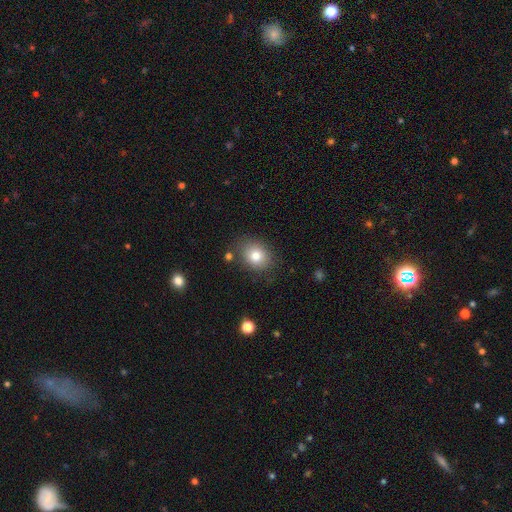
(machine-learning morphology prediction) This is likely a smooth galaxy (80%). How rounded: possibly round (55%). Merging: likely none (79%).